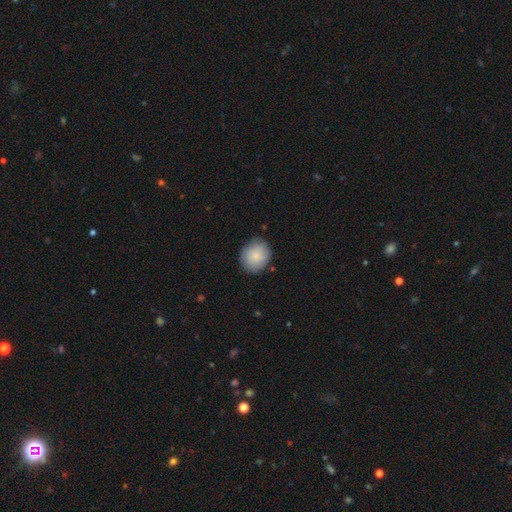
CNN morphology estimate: Q: Smooth or featured?
A: smooth (84%); runner-up: featured or disk (10%)
Q: How rounded?
A: round (70%); runner-up: in between (29%)
Q: Merging?
A: none (80%); runner-up: minor disturbance (15%)